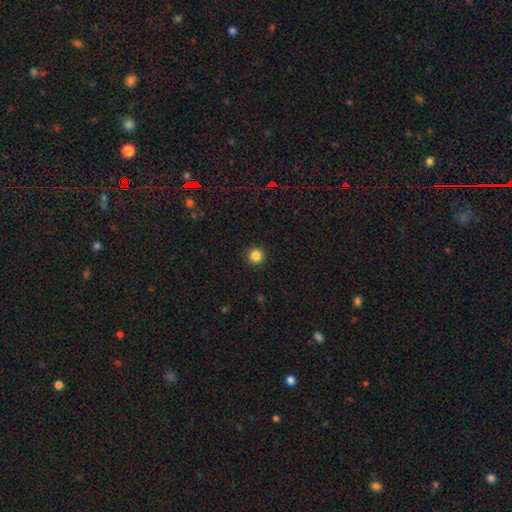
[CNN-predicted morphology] This appears to be a smooth galaxy with no disk features (85%) that is round (96%). Merging: none (93%).